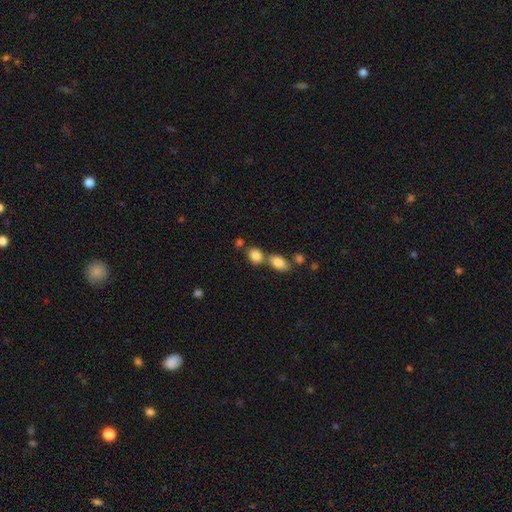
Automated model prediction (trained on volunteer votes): Morphology: type=smooth (84%); roundness=in between (59%); merging=none (48%).